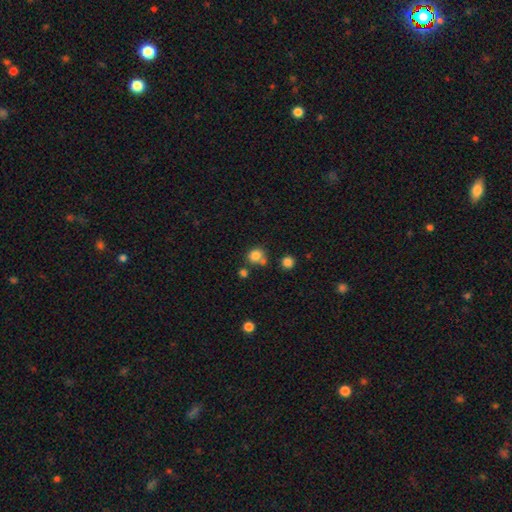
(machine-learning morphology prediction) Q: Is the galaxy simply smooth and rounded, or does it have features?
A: smooth — 81%.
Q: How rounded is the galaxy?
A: round — 83%.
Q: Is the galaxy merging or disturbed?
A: none — 63%.